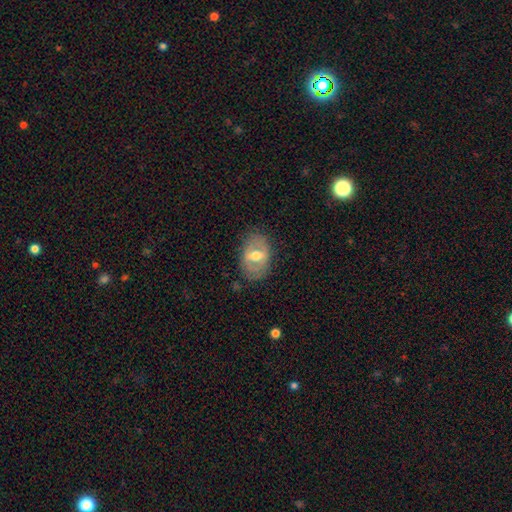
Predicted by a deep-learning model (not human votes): Smooth or featured?
  - featured or disk: 56% *
  - smooth: 37%
  - star or artifact: 7%
Edge-on disk?
  - no: 90% *
  - yes: 10%
Bar?
  - weak: 41% *
  - strong: 38%
  - no: 21%
Spiral arms?
  - no: 73% *
  - yes: 27%
Bulge size?
  - moderate: 74% *
  - large: 14%
  - small: 10%
  - none: 1%
  - dominant: 1%
Merging?
  - none: 75% *
  - minor disturbance: 17%
  - major disturbance: 7%
  - merger: 1%